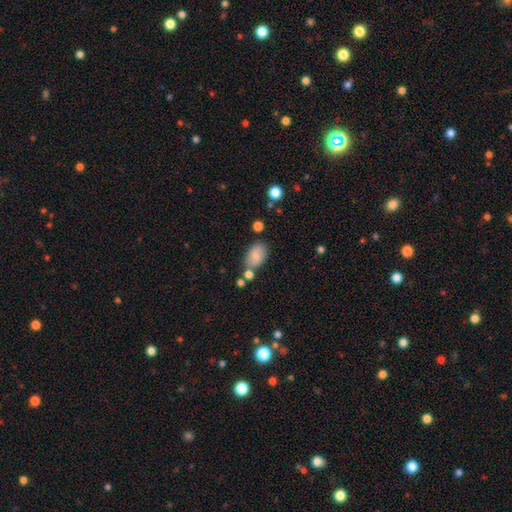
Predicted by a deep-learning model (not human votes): A smooth galaxy with no disk features (84%) that is in between round and cigar-shaped (89%). Merging: none (67%).